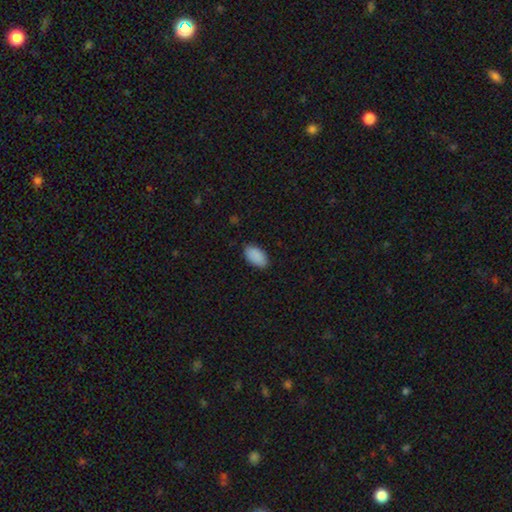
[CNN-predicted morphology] The model was most divided on "merging": none: 84%, minor disturbance: 13%, major disturbance: 2%, merger: 1%. More confident: how rounded — in between (95%); smooth or featured — smooth (90%).